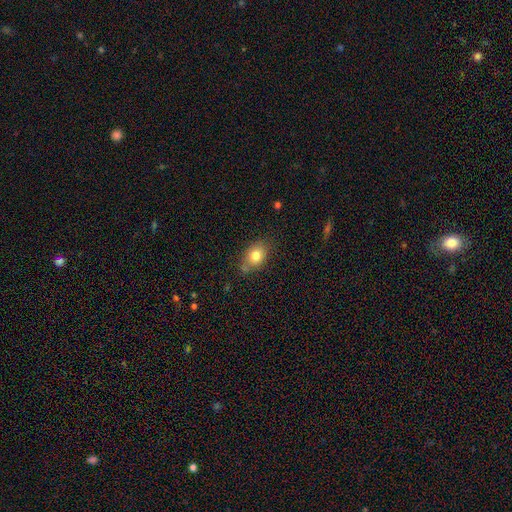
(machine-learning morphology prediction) Smooth or featured?
  - smooth: 80% *
  - featured or disk: 11%
  - star or artifact: 9%
How rounded?
  - in between: 67% *
  - round: 31%
  - cigar-shaped: 1%
Merging?
  - none: 66% *
  - minor disturbance: 21%
  - merger: 8%
  - major disturbance: 5%